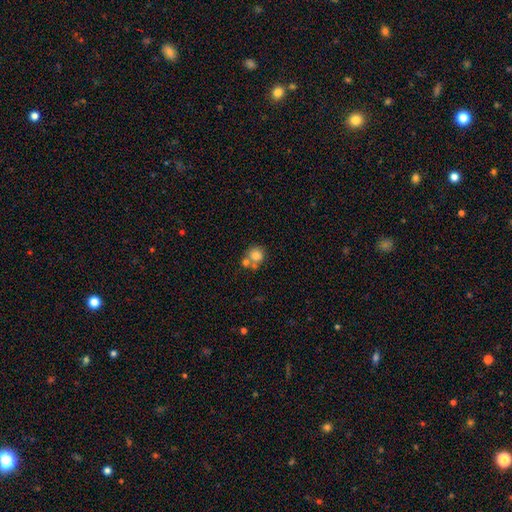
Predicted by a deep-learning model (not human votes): smooth_or_featured: smooth (p=0.77) [alt: featured or disk p=0.12]
how_rounded: round (p=0.88) [alt: in between p=0.11]
merging: none (p=0.49) [alt: merger p=0.38]